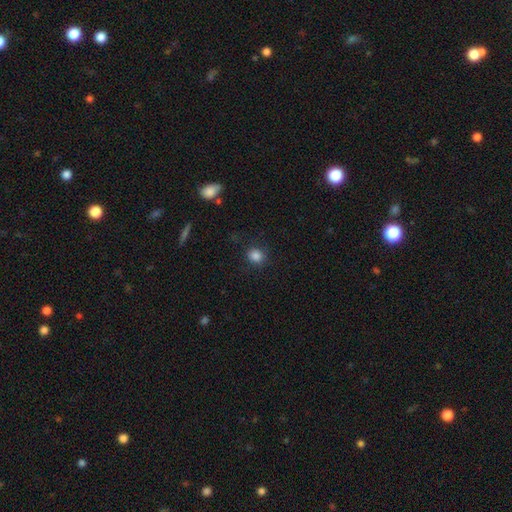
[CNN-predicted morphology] Smooth or featured? smooth (85%)
How rounded? round (80%)
Merging? none (85%)